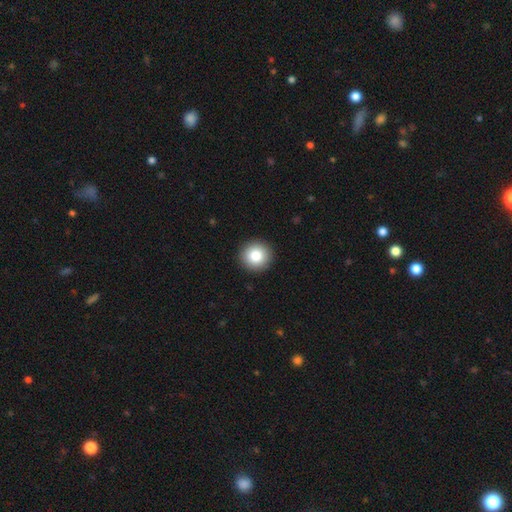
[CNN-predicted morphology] smooth_or_featured: smooth (p=0.84) [alt: star or artifact p=0.09]
how_rounded: round (p=0.95) [alt: in between p=0.04]
merging: none (p=0.93) [alt: minor disturbance p=0.04]